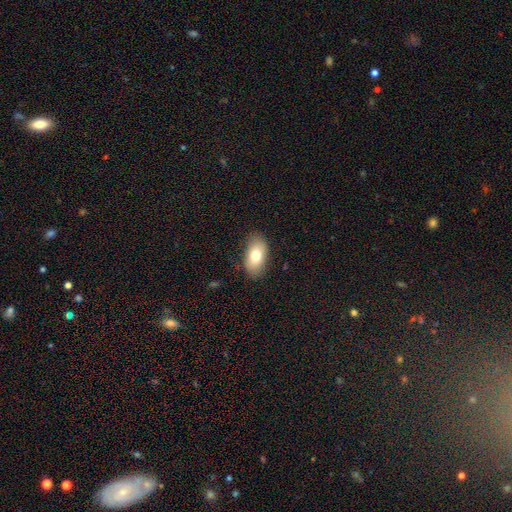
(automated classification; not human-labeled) This is likely a smooth galaxy (76%). How rounded: clearly in between (92%). Merging: clearly none (84%).